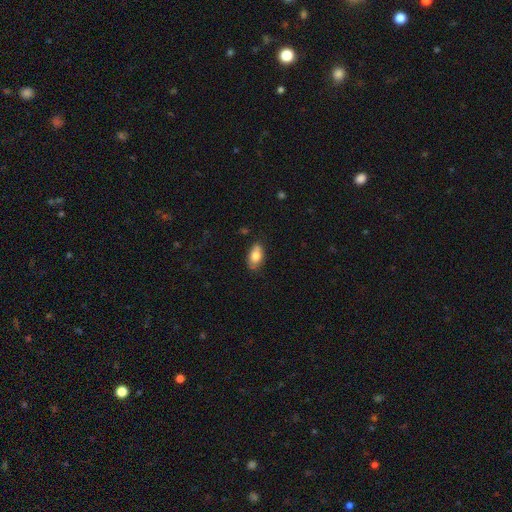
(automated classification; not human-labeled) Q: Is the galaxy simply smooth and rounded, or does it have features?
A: smooth — 78%.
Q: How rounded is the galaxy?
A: in between — 90%.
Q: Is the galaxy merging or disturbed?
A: none — 72%.